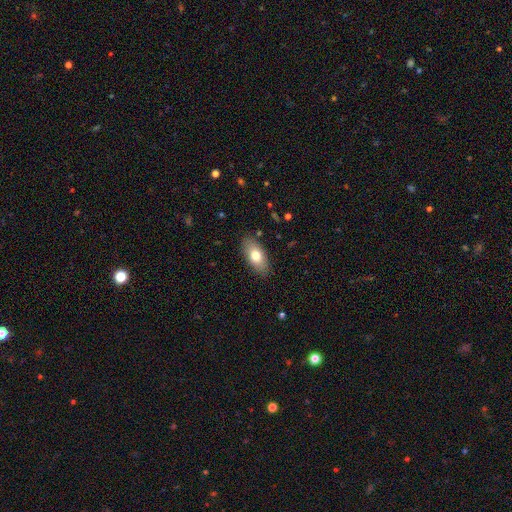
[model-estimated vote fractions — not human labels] A smooth galaxy with no disk features (75%) that is in between round and cigar-shaped (90%).

Vote fractions:
- Smooth or featured? smooth: 75% / featured or disk: 19% / star or artifact: 7%
- How rounded? in between: 90% / cigar-shaped: 7% / round: 4%
- Merging? none: 86% / minor disturbance: 10% / major disturbance: 2% / merger: 1%